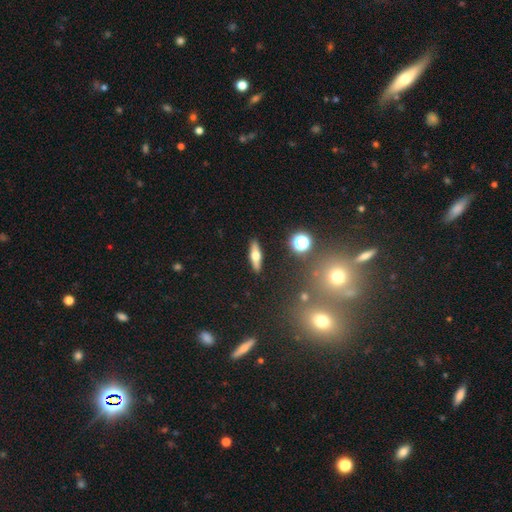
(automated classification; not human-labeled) Smooth or featured? featured or disk (47%)
Merging? none (89%)